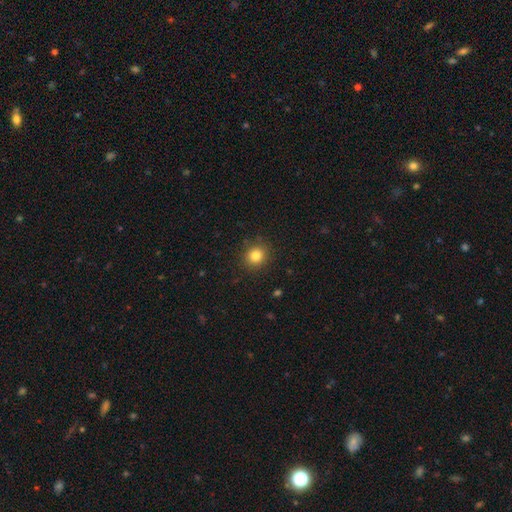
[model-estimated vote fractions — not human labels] Morphology: type=smooth (82%); roundness=round (87%); merging=none (89%).